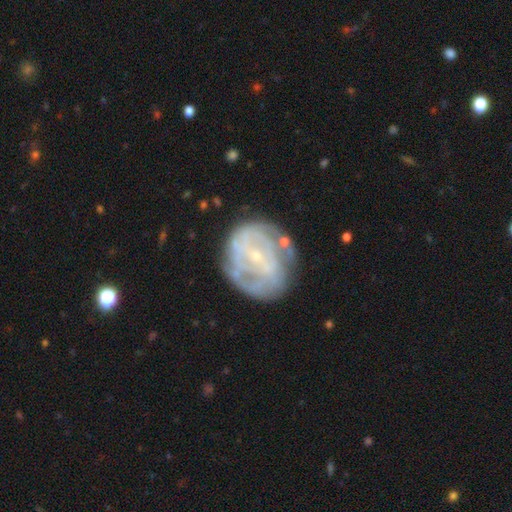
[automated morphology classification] featured or disk 72%, smooth 20%, star or artifact 8%. Down the decision tree: edge-on disk — no (97%); bar — no (56%); spiral arms — yes (63%); bulge size — small (81%); merging — none (63%).